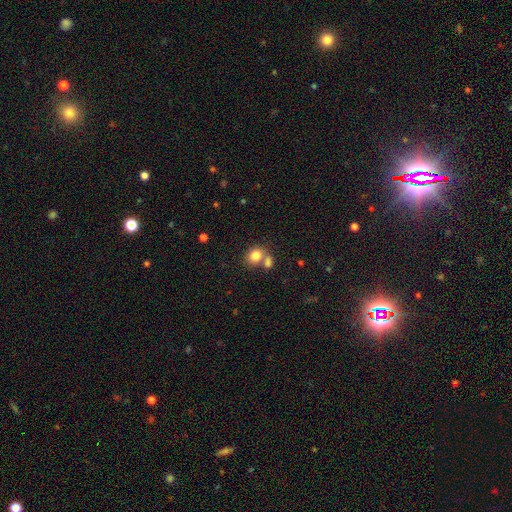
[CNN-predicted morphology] Q: Smooth or featured?
A: smooth (82%); runner-up: star or artifact (10%)
Q: How rounded?
A: round (60%); runner-up: in between (39%)
Q: Merging?
A: none (50%); runner-up: merger (36%)